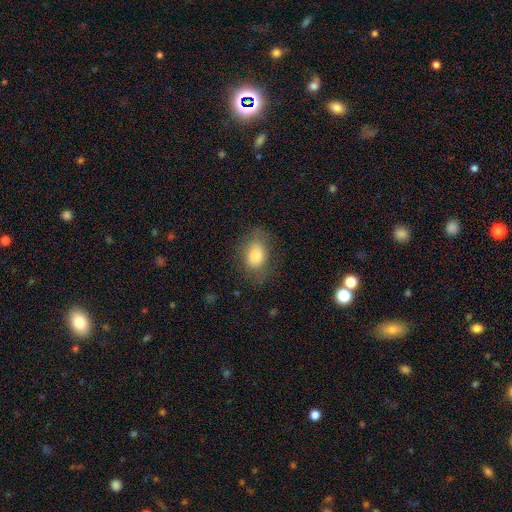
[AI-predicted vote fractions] Smooth or featured? smooth (78%)
How rounded? in between (75%)
Merging? none (71%)